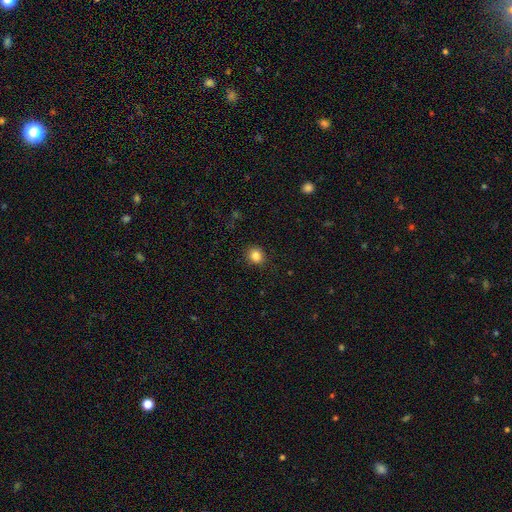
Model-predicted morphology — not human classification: A smooth galaxy with no disk features (86%) that is round (78%). Merging: none (88%).